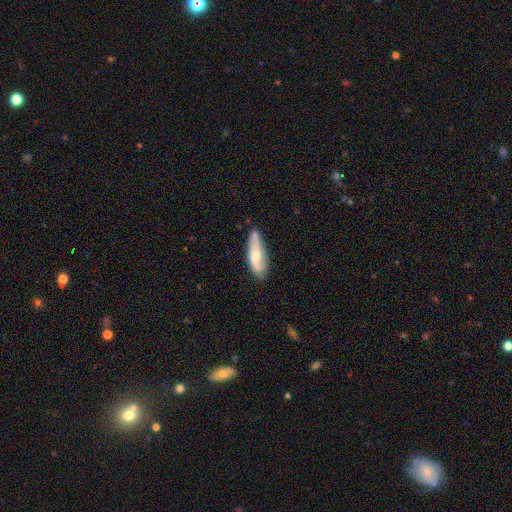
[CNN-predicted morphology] This appears to be a featured or disk galaxy (52%). Merging: none (66%).